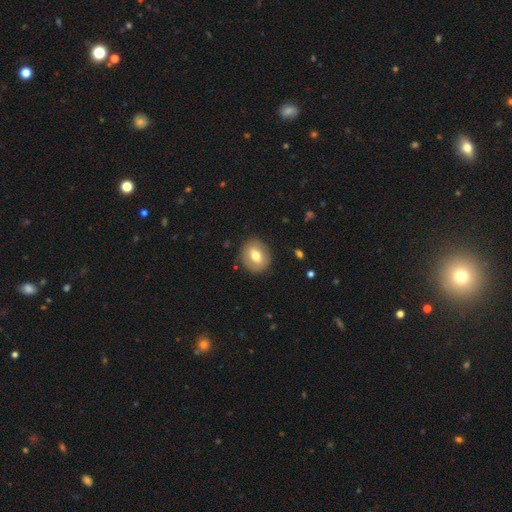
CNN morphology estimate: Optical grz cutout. It shows a smooth galaxy with no disk features (68%) that is round (69%). Merging: none (87%).